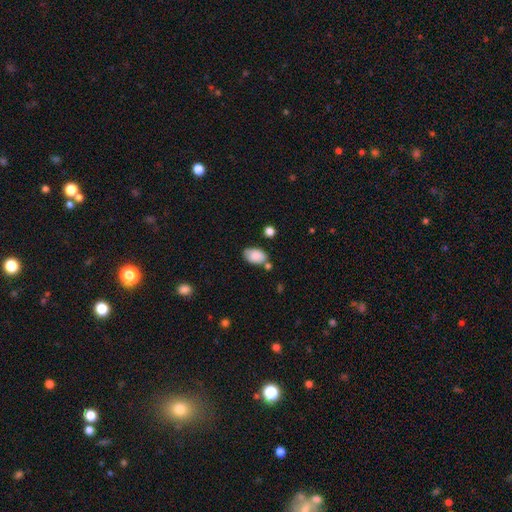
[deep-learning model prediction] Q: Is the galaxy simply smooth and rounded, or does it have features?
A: smooth — 85%.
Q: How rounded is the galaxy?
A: in between — 88%.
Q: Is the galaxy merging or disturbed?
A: none — 61%.